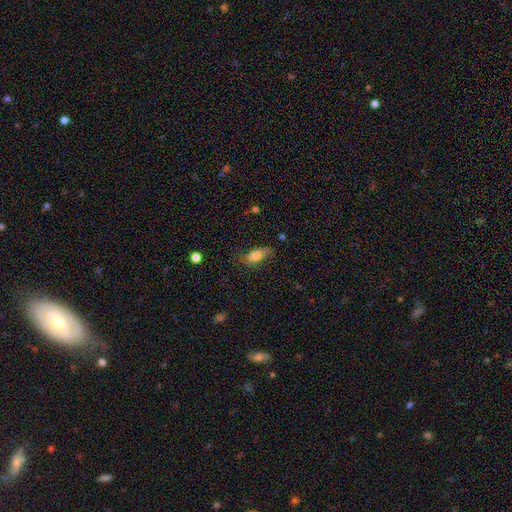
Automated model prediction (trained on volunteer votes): Smooth or featured? Predicted: smooth (p=0.76). How rounded? Predicted: in between (p=0.83). Merging? Predicted: none (p=0.70).